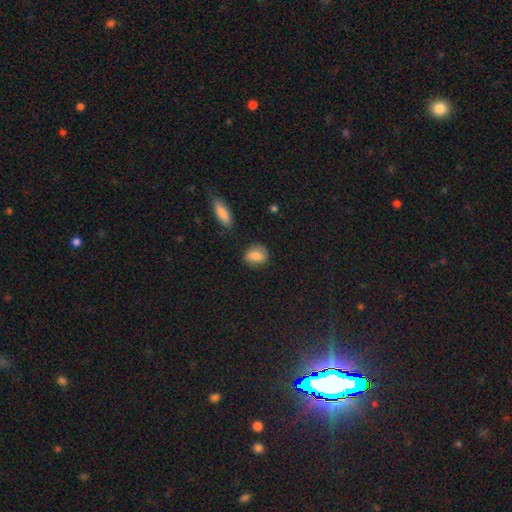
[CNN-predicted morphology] smooth-or-featured: smooth: 81% | featured or disk: 11% | star or artifact: 8%
  how-rounded: in between: 60% | round: 37% | cigar-shaped: 2%
  merging: none: 76% | minor disturbance: 17% | major disturbance: 4% | merger: 3%